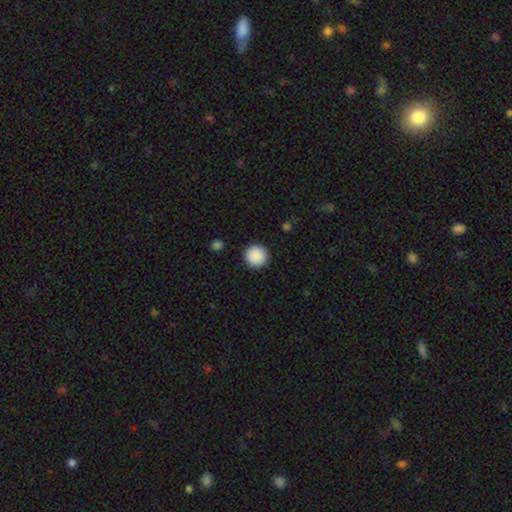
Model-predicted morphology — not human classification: Smooth or featured? Predicted: smooth (p=0.90). How rounded? Predicted: round (p=0.96). Merging? Predicted: none (p=0.92).